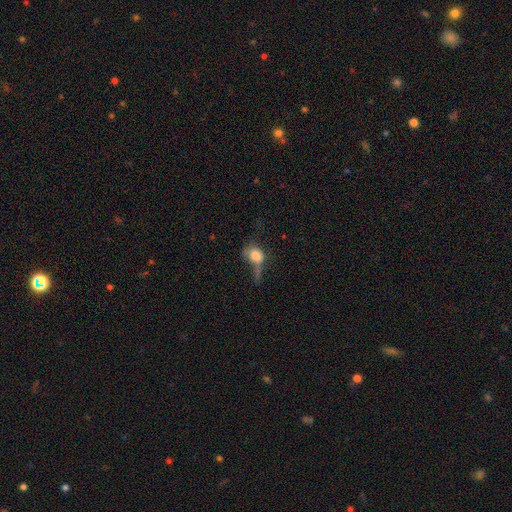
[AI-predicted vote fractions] smooth_or_featured: smooth (p=0.70) [alt: featured or disk p=0.21]
how_rounded: in between (p=0.56) [alt: round p=0.41]
merging: major disturbance (p=0.43) [alt: minor disturbance p=0.22]